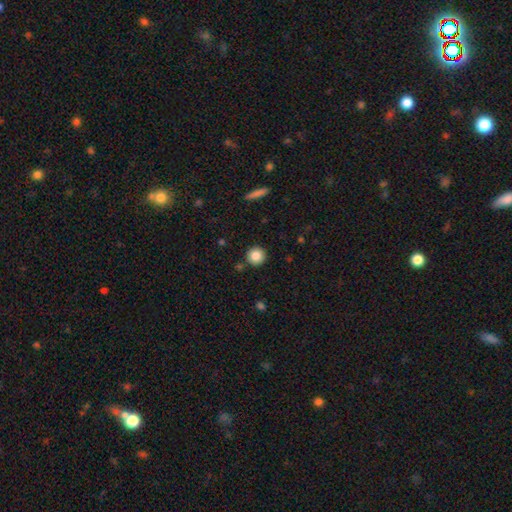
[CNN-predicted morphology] smooth 85%, star or artifact 9%, featured or disk 6%. Down the decision tree: how rounded — round (94%); merging — none (89%).